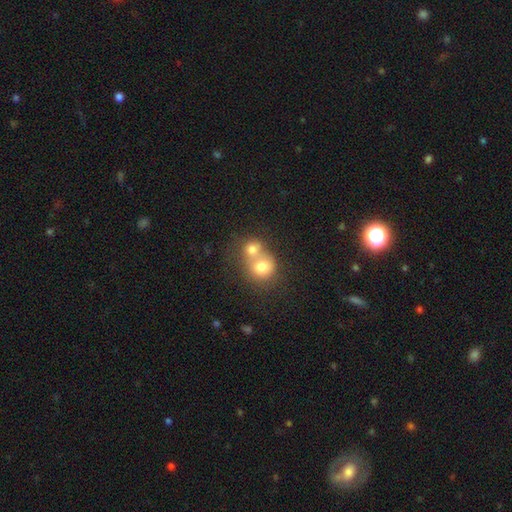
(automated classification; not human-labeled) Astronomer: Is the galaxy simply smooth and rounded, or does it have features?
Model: smooth — 68%.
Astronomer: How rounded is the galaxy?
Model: round — 77%.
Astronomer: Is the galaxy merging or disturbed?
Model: merger — 64%.